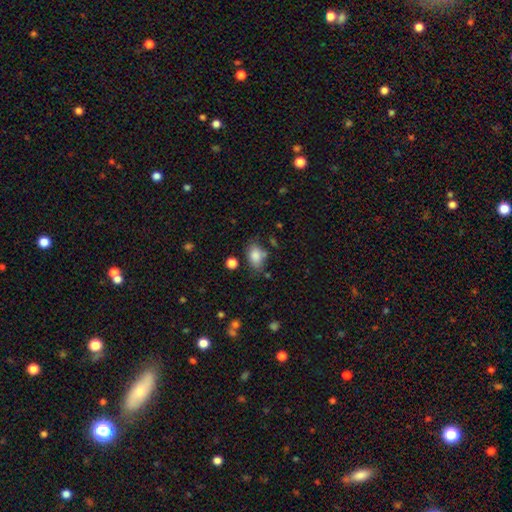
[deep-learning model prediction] smooth_or_featured: smooth (p=0.84) [alt: star or artifact p=0.08]
how_rounded: in between (p=0.84) [alt: round p=0.15]
merging: none (p=0.64) [alt: minor disturbance p=0.23]